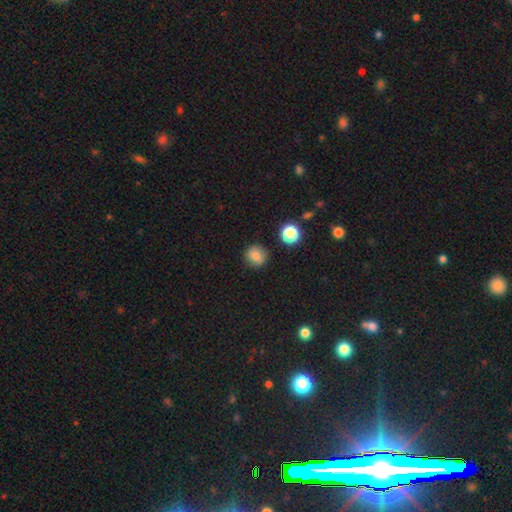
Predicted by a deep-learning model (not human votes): A smooth galaxy with no disk features (82%) that is round (89%).

Vote fractions:
- Smooth or featured? smooth: 82% / star or artifact: 12% / featured or disk: 6%
- How rounded? round: 89% / in between: 10% / cigar-shaped: 1%
- Merging? none: 87% / minor disturbance: 9% / major disturbance: 3% / merger: 2%